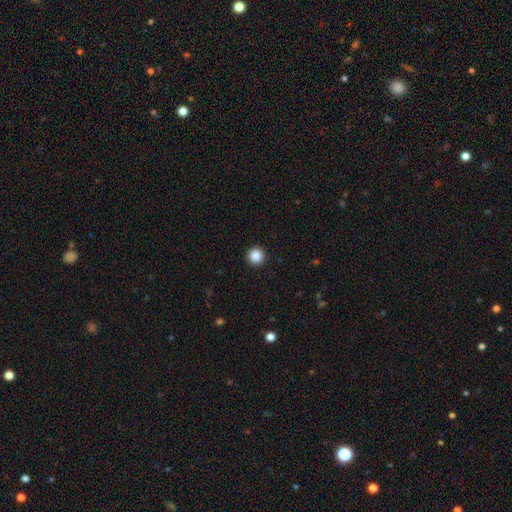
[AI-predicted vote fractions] smooth-or-featured: smooth: 88% | star or artifact: 10% | featured or disk: 3%
  how-rounded: round: 96% | in between: 3% | cigar-shaped: 1%
  merging: none: 94% | minor disturbance: 4% | major disturbance: 1% | merger: 1%